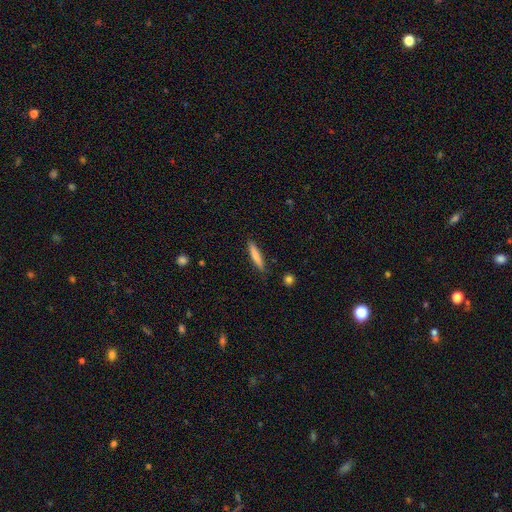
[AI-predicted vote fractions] Morphology: type=smooth (72%); roundness=cigar-shaped (90%); merging=none (88%).